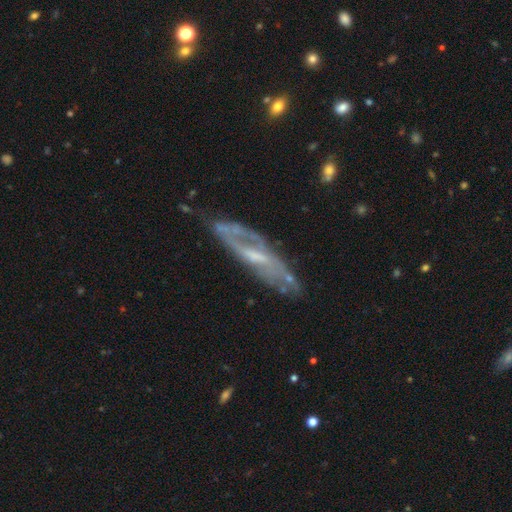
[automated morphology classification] A featured or disk galaxy (78%) with a weak bar (46%), spiral arms (76%) and a small central bulge (51%).

Vote fractions:
- Smooth or featured? featured or disk: 78% / smooth: 15% / star or artifact: 7%
- Edge-on disk? no: 65% / yes: 35%
- Bar? weak: 46% / no: 32% / strong: 22%
- Spiral arms? yes: 76% / no: 24%
- Bulge size? small: 51% / moderate: 33% / none: 12% / large: 3% / dominant: 1%
- Merging? none: 68% / minor disturbance: 20% / major disturbance: 9% / merger: 3%